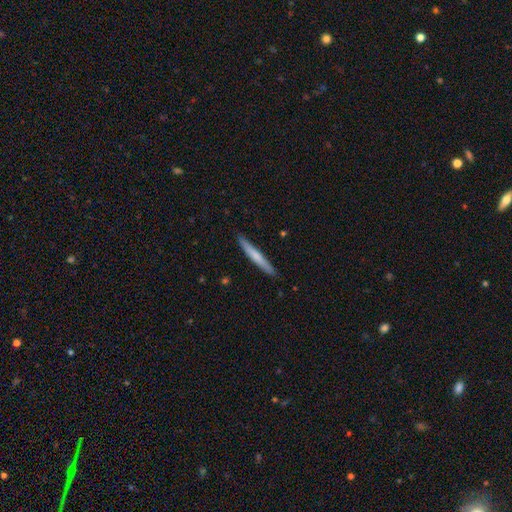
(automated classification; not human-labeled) Smooth or featured: smooth — 63% (featured or disk — 32%)
How rounded: cigar-shaped — 96% (in between — 3%)
Merging: none — 91% (minor disturbance — 7%)